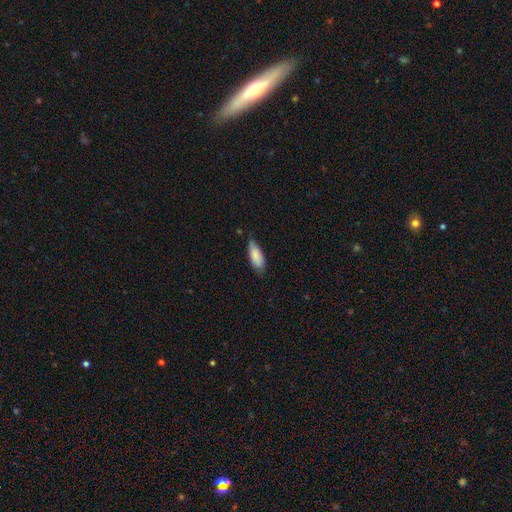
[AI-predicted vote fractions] A smooth galaxy with no disk features (86%) that is in between round and cigar-shaped (75%).

Vote fractions:
- Smooth or featured? smooth: 86% / featured or disk: 8% / star or artifact: 6%
- How rounded? in between: 75% / cigar-shaped: 23% / round: 2%
- Merging? none: 72% / minor disturbance: 24% / major disturbance: 3% / merger: 1%